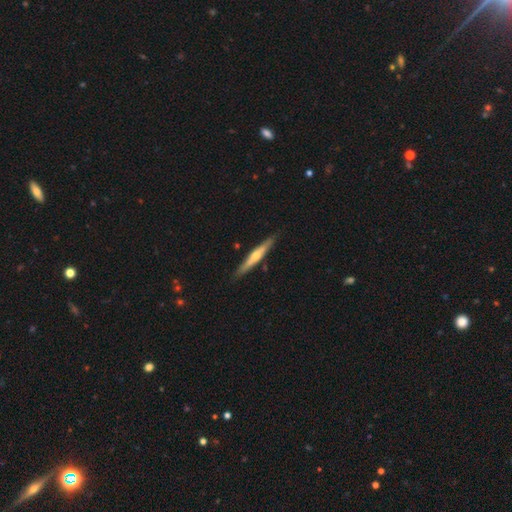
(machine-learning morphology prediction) Smooth or featured: featured or disk — 60% (smooth — 35%)
Edge-on disk: yes — 96% (no — 4%)
Edge-on bulge: rounded — 84% (none — 12%)
Merging: none — 88% (minor disturbance — 9%)